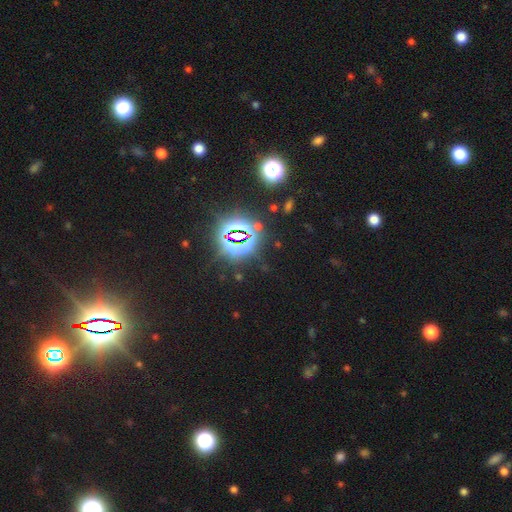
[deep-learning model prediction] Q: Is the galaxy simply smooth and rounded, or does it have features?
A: star or artifact — 84%.